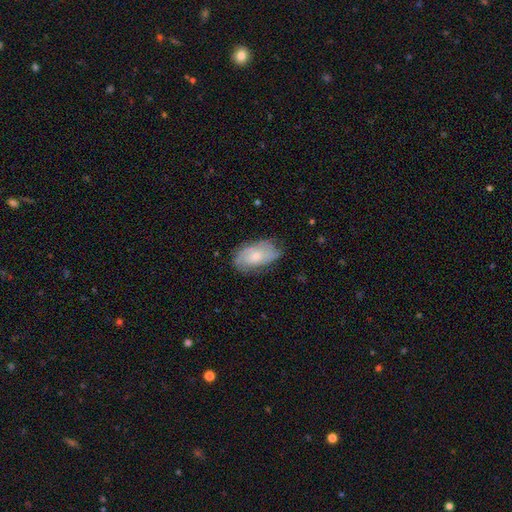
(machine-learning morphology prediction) Smooth or featured?
  - featured or disk: 54% *
  - smooth: 39%
  - star or artifact: 7%
Edge-on disk?
  - no: 95% *
  - yes: 5%
Bar?
  - no: 75% *
  - weak: 22%
  - strong: 3%
Spiral arms?
  - yes: 82% *
  - no: 18%
Bulge size?
  - small: 44% *
  - moderate: 43%
  - none: 7%
  - large: 5%
  - dominant: 1%
Merging?
  - none: 67% *
  - minor disturbance: 24%
  - major disturbance: 8%
  - merger: 1%